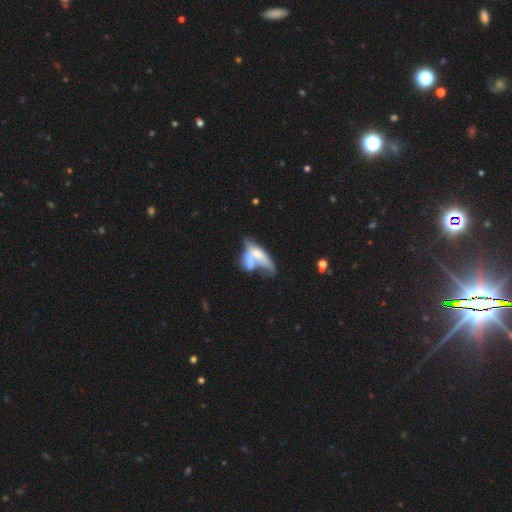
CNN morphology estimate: A smooth galaxy with no disk features (48%).

Vote fractions:
- Smooth or featured? smooth: 48% / featured or disk: 43% / star or artifact: 9%
- Merging? merger: 57% / major disturbance: 17% / none: 16% / minor disturbance: 10%